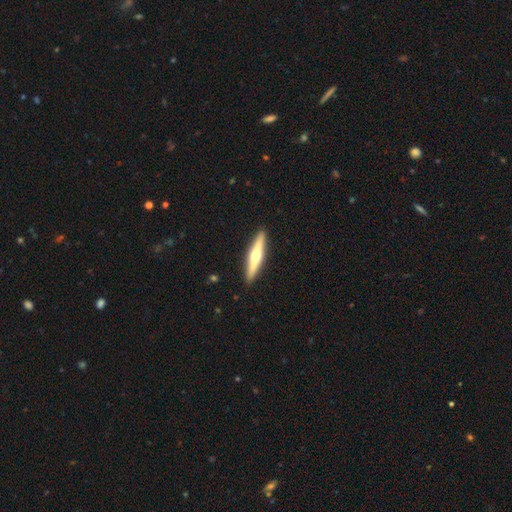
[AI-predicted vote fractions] featured or disk 60%, smooth 35%, star or artifact 5%. Down the decision tree: edge-on disk — yes (95%); edge-on bulge — rounded (94%); merging — none (91%).